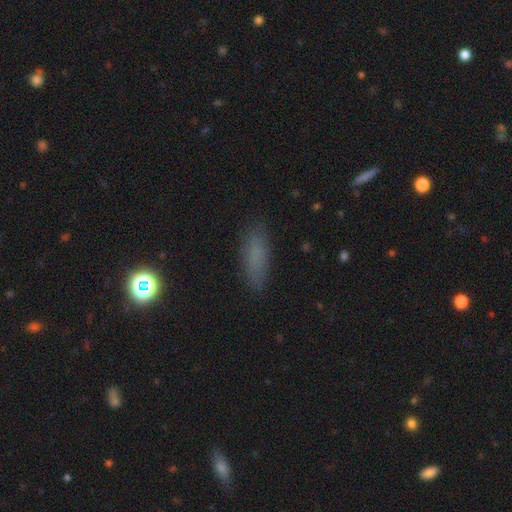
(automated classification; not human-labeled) This is likely a smooth galaxy (73%). How rounded: possibly in between (58%). Merging: clearly none (82%).